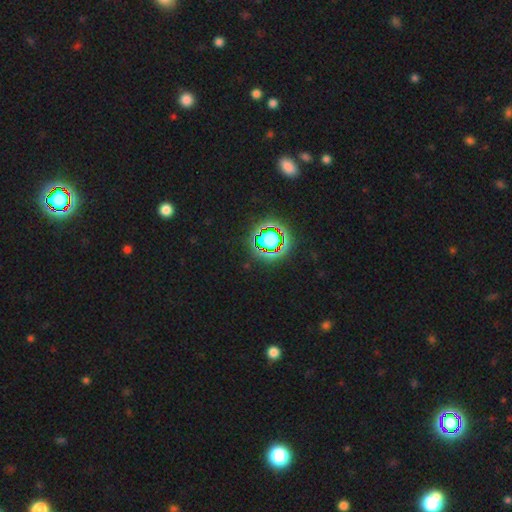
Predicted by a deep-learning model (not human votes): Smooth or featured?
  - star or artifact: 78% *
  - smooth: 14%
  - featured or disk: 8%